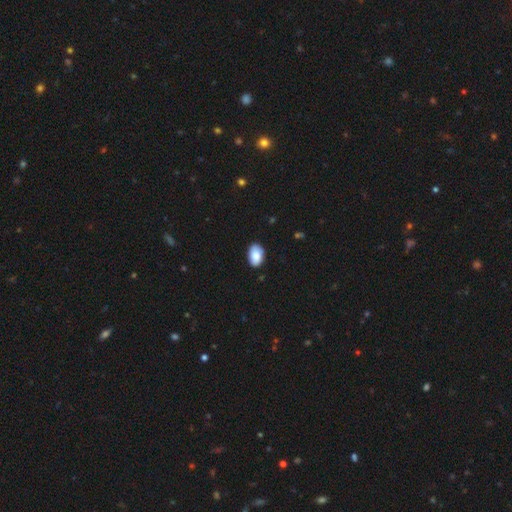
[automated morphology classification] This is clearly a smooth galaxy (85%). How rounded: clearly in between (90%). Merging: clearly none (83%).